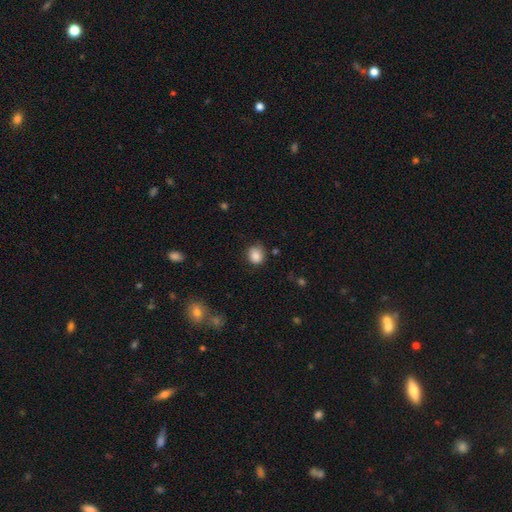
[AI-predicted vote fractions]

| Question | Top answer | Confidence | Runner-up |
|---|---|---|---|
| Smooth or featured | smooth | 87% | star or artifact (9%) |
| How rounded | round | 79% | in between (21%) |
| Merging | none | 76% | minor disturbance (18%) |